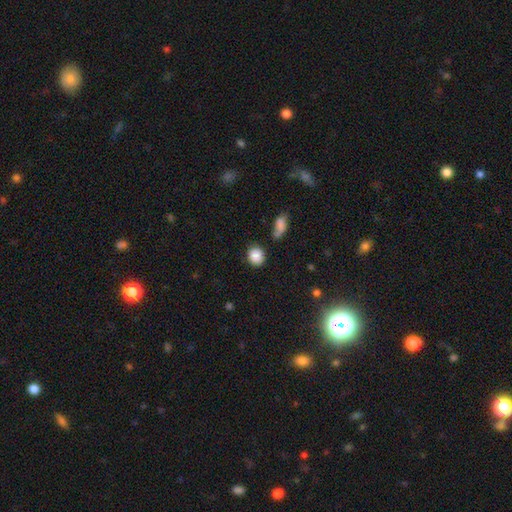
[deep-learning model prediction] Smooth or featured: smooth — 88% (star or artifact — 8%)
How rounded: round — 79% (in between — 20%)
Merging: none — 79% (minor disturbance — 12%)